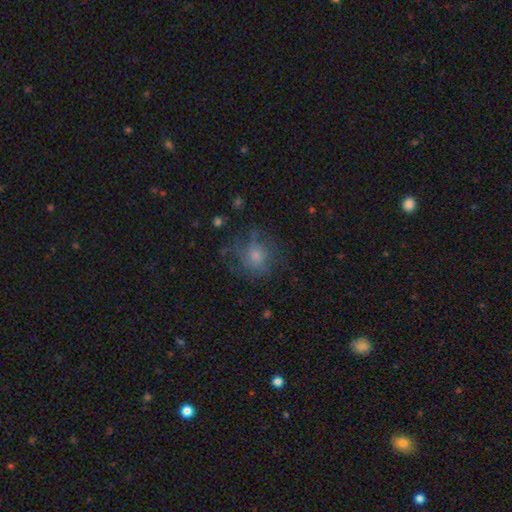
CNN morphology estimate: This appears to be a smooth galaxy with no disk features (63%) that is round (83%). Merging: none (60%).